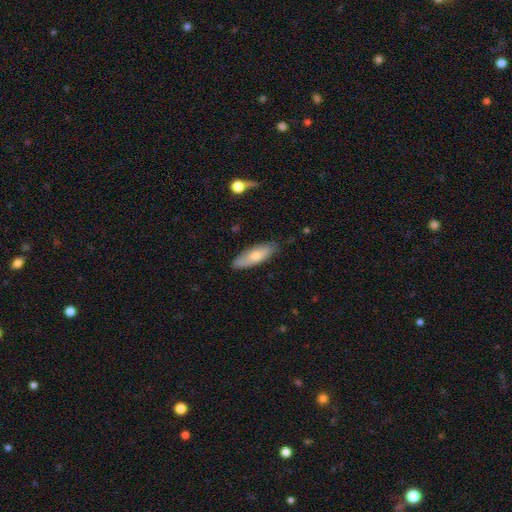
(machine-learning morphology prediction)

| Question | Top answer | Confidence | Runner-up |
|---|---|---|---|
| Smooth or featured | smooth | 65% | featured or disk (28%) |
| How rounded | in between | 51% | cigar-shaped (47%) |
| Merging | none | 82% | minor disturbance (14%) |